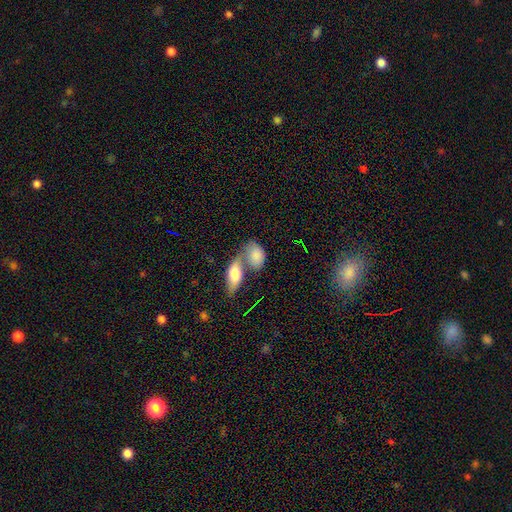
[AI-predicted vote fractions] Overall: smooth (77%). How rounded: in between (83%). Merging: merger (56%; none 26%).